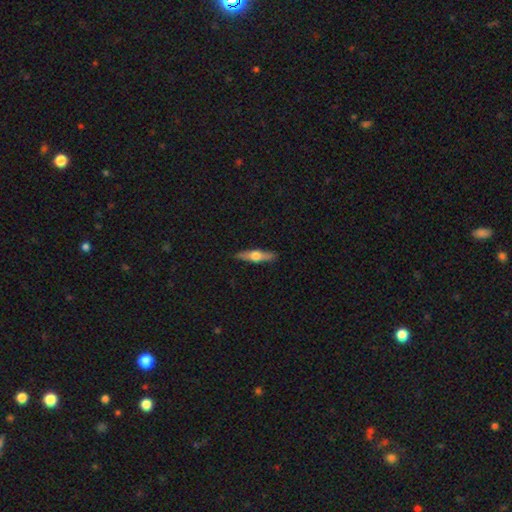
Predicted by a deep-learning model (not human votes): This is possibly a featured or disk galaxy (53%). It is clearly viewed edge-on (93%). Merging: clearly none (89%).